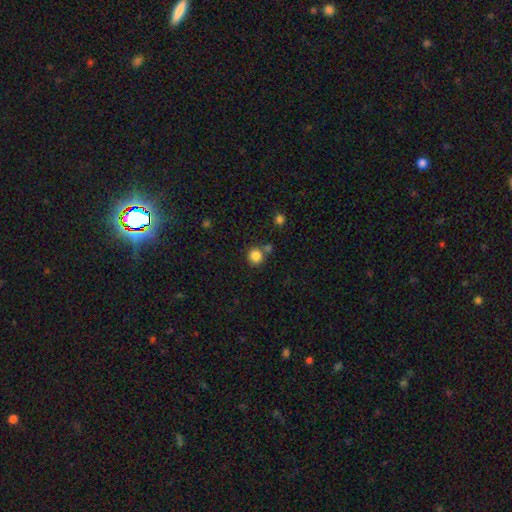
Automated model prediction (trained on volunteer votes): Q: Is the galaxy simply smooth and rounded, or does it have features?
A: smooth — 85%.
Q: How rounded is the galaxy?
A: round — 90%.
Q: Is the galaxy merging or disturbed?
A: none — 72%.